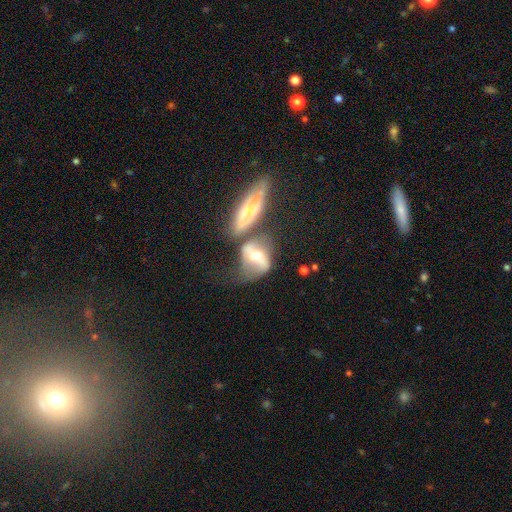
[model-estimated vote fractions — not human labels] Smooth or featured? featured or disk (63%)
Edge-on disk? no (81%)
Bar? strong (37%)
Spiral arms? yes (66%)
Bulge size? moderate (64%)
Merging? merger (43%)